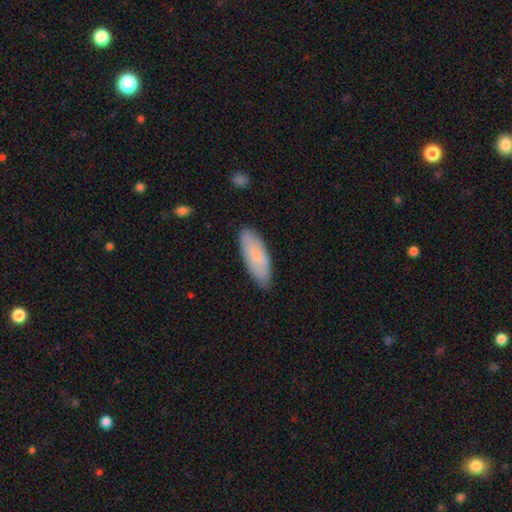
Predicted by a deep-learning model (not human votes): Smooth or featured? Predicted: smooth (p=0.81). How rounded? Predicted: in between (p=0.68). Merging? Predicted: none (p=0.85).